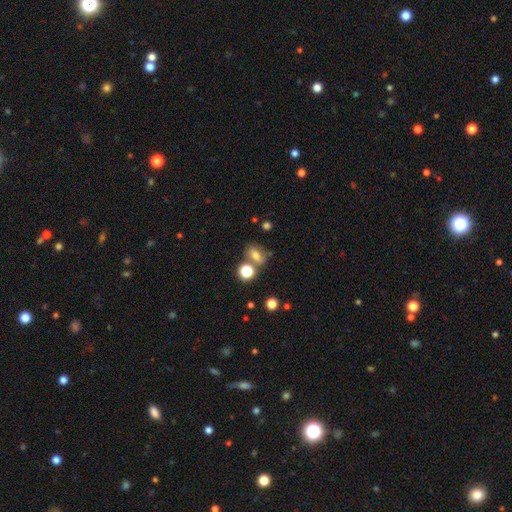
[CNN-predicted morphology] Smooth or featured: smooth — 65% (featured or disk — 18%)
How rounded: in between — 63% (round — 34%)
Merging: none — 57% (merger — 22%)